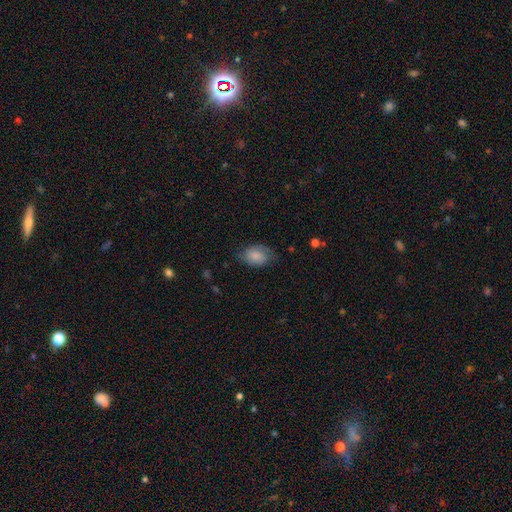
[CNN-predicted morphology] This is likely a smooth galaxy (68%). How rounded: likely in between (79%). Merging: likely none (60%).